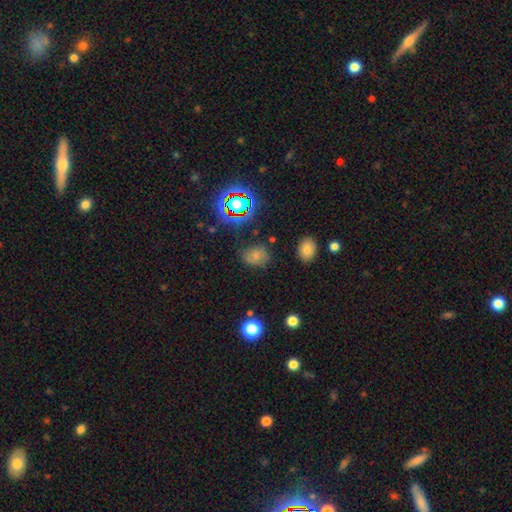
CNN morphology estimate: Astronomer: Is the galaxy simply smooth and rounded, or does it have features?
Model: smooth — 60%.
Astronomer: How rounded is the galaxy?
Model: in between — 59% (runner-up: round, 39%).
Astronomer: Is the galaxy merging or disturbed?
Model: none — 67%.